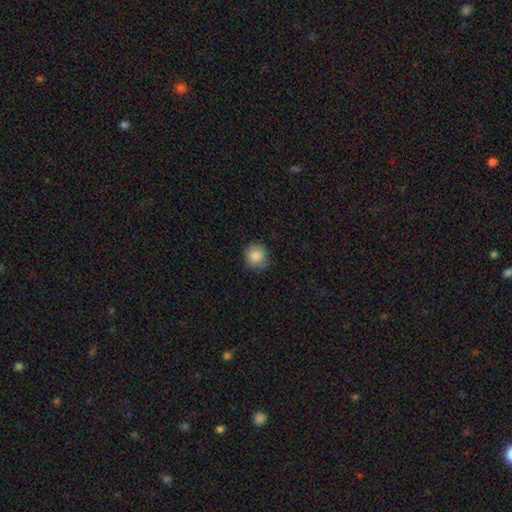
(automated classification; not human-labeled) Smooth or featured? smooth (87%)
How rounded? round (92%)
Merging? none (87%)